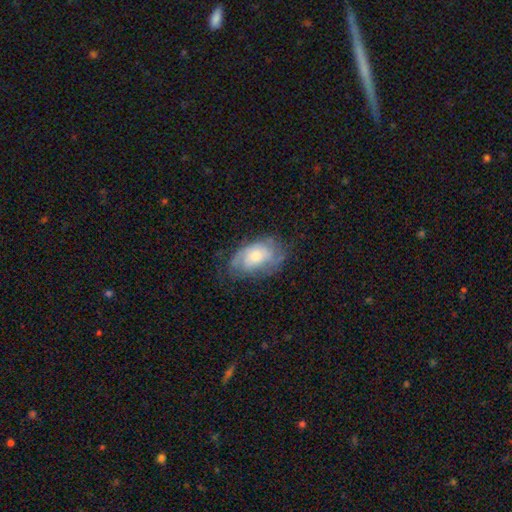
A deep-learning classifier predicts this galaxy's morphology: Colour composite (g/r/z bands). It shows a featured or disk galaxy (52%). Merging: none (59%).